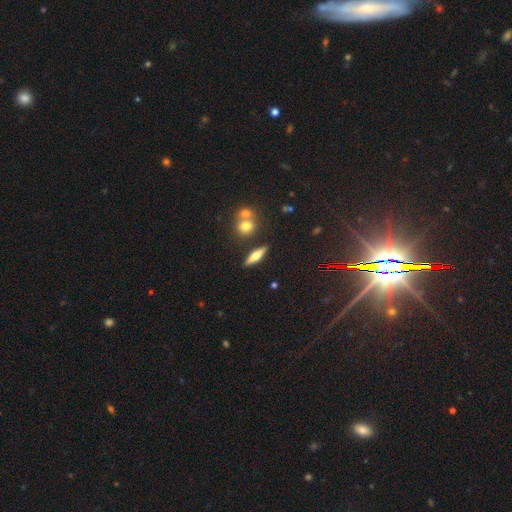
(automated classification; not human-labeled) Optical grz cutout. It shows a featured or disk galaxy (53%) viewed edge-on (93%). Merging: none (83%).